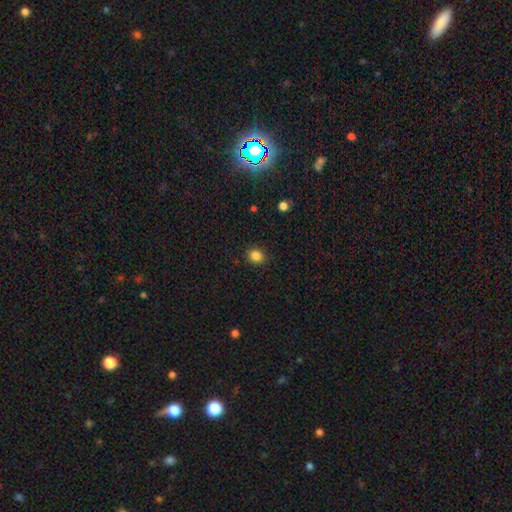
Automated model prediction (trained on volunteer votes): Overall: smooth (86%). How rounded: round (66%; in between 33%). Merging: none (90%).